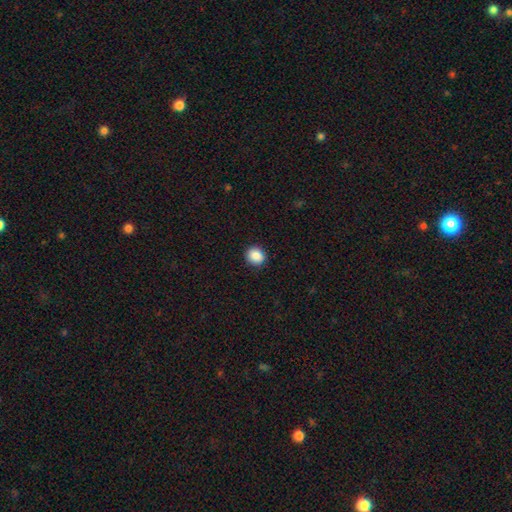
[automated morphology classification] Q: Smooth or featured?
A: smooth (88%); runner-up: star or artifact (9%)
Q: How rounded?
A: round (82%); runner-up: in between (17%)
Q: Merging?
A: none (90%); runner-up: minor disturbance (7%)